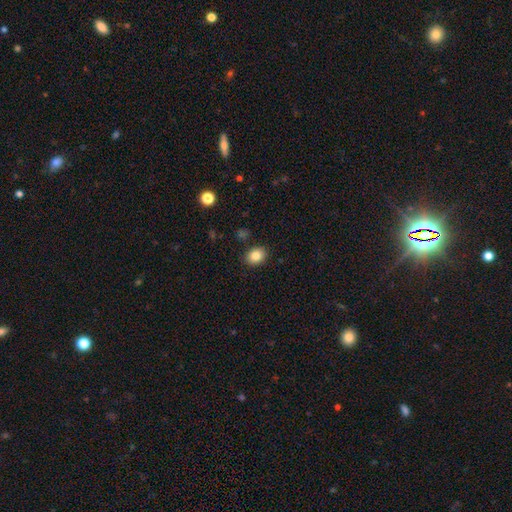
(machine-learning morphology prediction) A smooth galaxy with no disk features (85%) that is in between round and cigar-shaped (63%).

Vote fractions:
- Smooth or featured? smooth: 85% / star or artifact: 9% / featured or disk: 6%
- How rounded? in between: 63% / round: 36% / cigar-shaped: 1%
- Merging? none: 87% / minor disturbance: 9% / major disturbance: 2% / merger: 2%